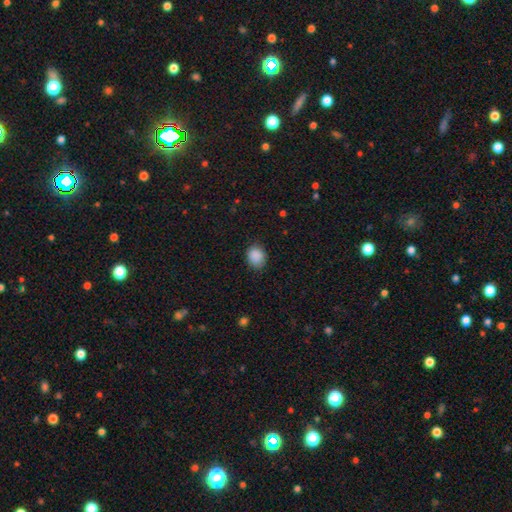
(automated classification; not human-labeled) Morphology: type=smooth (88%); roundness=round (57%); merging=none (81%).